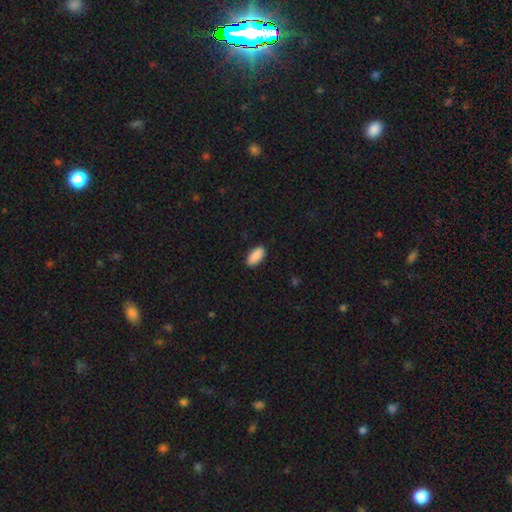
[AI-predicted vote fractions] Smooth or featured? smooth (91%)
How rounded? in between (91%)
Merging? none (89%)